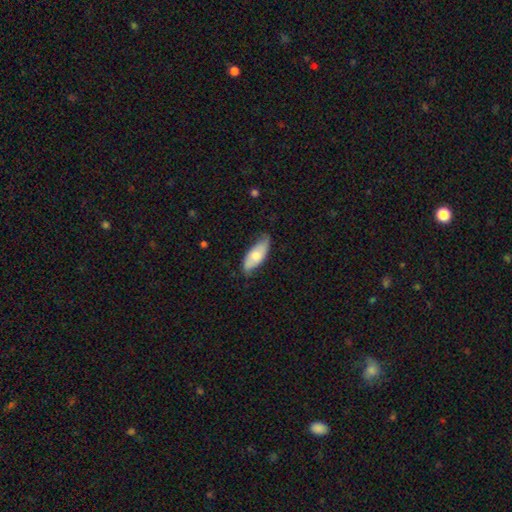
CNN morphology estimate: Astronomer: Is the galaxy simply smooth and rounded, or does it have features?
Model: smooth — 67%.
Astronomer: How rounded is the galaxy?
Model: in between — 79%.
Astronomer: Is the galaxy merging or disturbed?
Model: none — 65%.